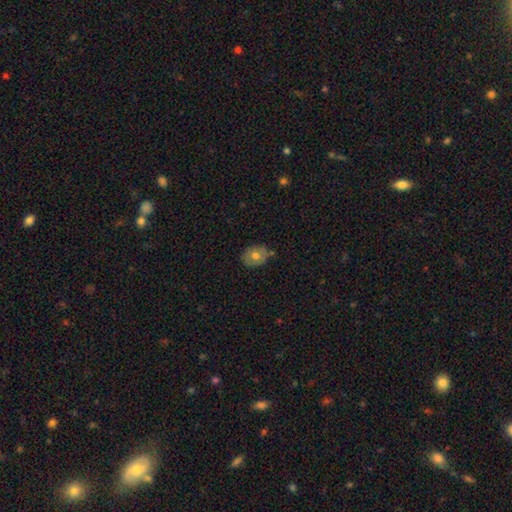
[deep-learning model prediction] Overall: smooth (66%). How rounded: in between (54%; round 45%). Merging: none (74%).